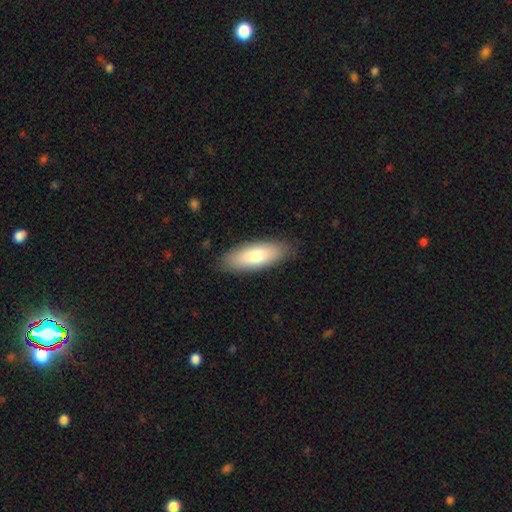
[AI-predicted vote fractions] Smooth or featured? Predicted: smooth (p=0.80). How rounded? Predicted: in between (p=0.71). Merging? Predicted: none (p=0.86).